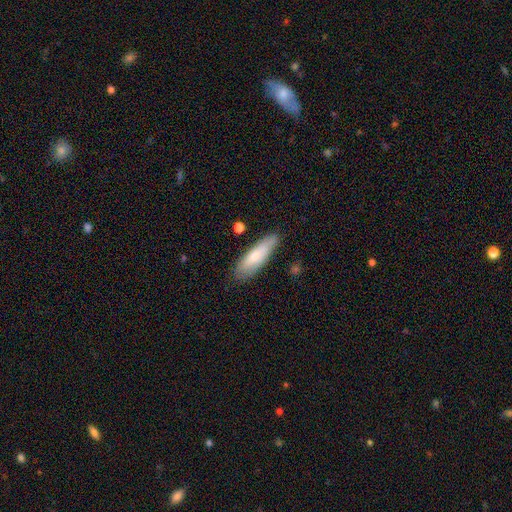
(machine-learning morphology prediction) This appears to be a smooth galaxy with no disk features (71%) that is cigar-shaped (58%). Merging: none (80%).